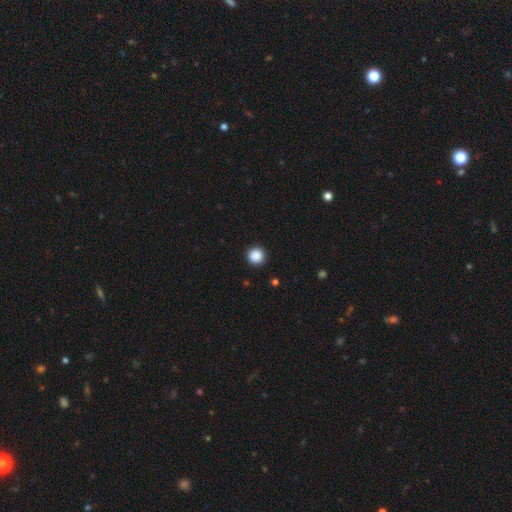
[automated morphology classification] Overall: smooth (88%). How rounded: round (96%). Merging: none (92%).